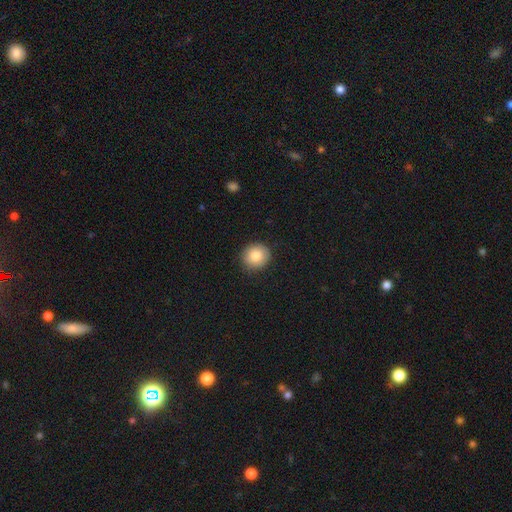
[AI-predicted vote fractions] Smooth or featured?
  - smooth: 84% *
  - star or artifact: 8%
  - featured or disk: 8%
How rounded?
  - round: 87% *
  - in between: 12%
  - cigar-shaped: 1%
Merging?
  - none: 89% *
  - minor disturbance: 8%
  - major disturbance: 2%
  - merger: 1%